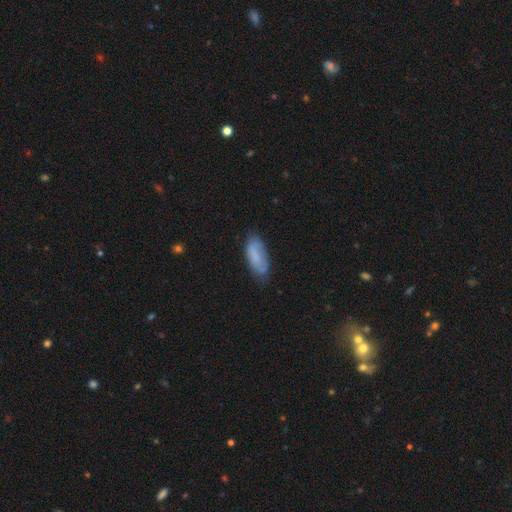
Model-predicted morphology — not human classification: Smooth or featured: smooth — 72% (featured or disk — 21%)
How rounded: in between — 80% (cigar-shaped — 18%)
Merging: none — 65% (minor disturbance — 26%)